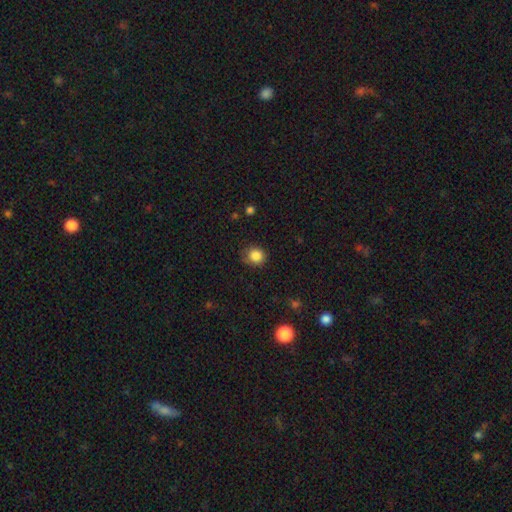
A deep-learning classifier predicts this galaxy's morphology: Smooth or featured: smooth — 85% (star or artifact — 11%)
How rounded: round — 81% (in between — 19%)
Merging: none — 75% (minor disturbance — 20%)